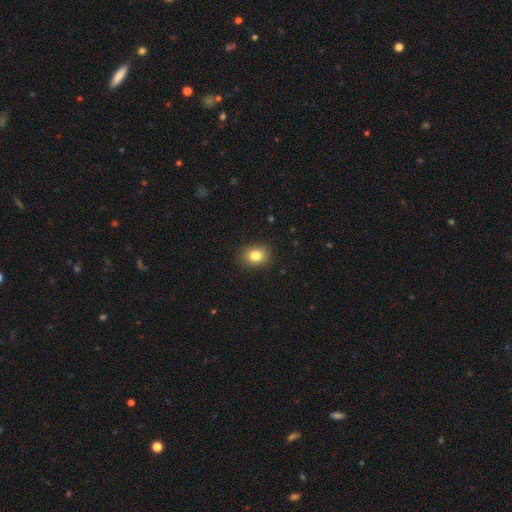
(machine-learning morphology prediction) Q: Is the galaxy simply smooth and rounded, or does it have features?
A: smooth — 83%.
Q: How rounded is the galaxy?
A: in between — 54%.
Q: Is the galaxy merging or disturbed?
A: none — 87%.